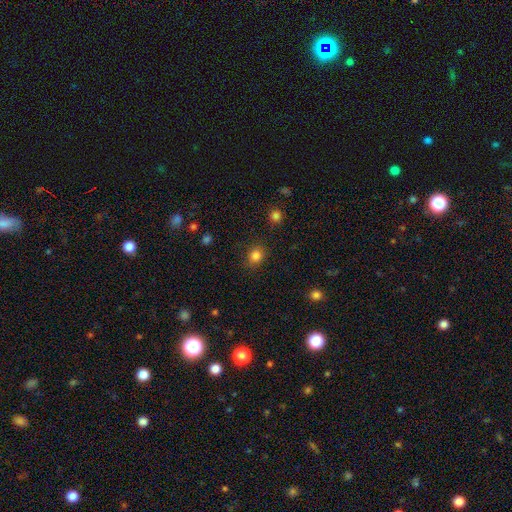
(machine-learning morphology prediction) Smooth or featured?
  - smooth: 83% *
  - star or artifact: 12%
  - featured or disk: 5%
How rounded?
  - round: 75% *
  - in between: 24%
  - cigar-shaped: 1%
Merging?
  - none: 85% *
  - minor disturbance: 10%
  - major disturbance: 3%
  - merger: 2%